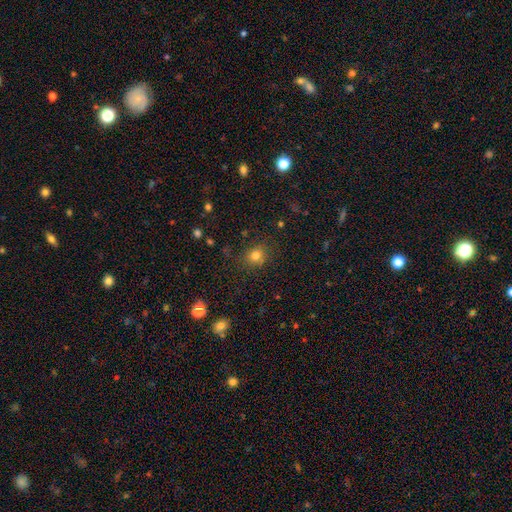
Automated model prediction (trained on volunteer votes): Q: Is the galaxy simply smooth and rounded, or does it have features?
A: smooth — 79%.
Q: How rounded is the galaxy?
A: round — 76%.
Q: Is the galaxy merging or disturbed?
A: none — 81%.